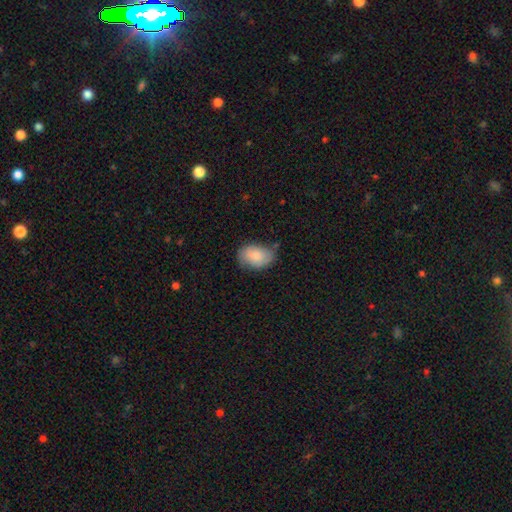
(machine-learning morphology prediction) type=smooth (82%); roundness=in between (86%); merging=none (65%).